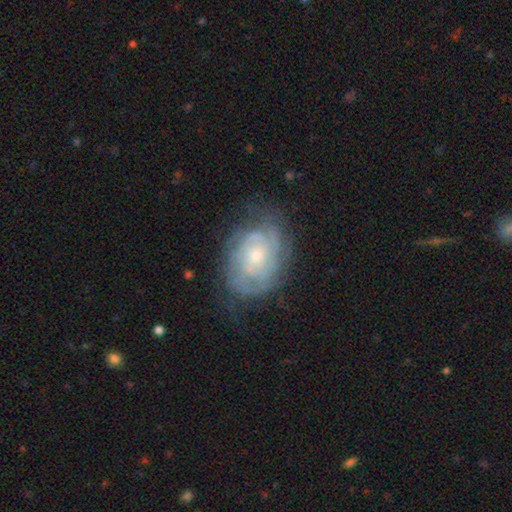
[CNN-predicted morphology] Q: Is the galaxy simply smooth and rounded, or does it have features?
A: featured or disk — 78%.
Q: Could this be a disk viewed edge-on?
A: no — 97%.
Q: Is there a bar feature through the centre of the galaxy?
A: no — 76%.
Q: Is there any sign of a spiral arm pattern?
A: yes — 90%.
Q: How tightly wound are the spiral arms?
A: tight — 69%.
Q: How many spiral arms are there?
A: can't tell — 48%.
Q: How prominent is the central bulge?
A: small — 49%.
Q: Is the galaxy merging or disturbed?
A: none — 69%.